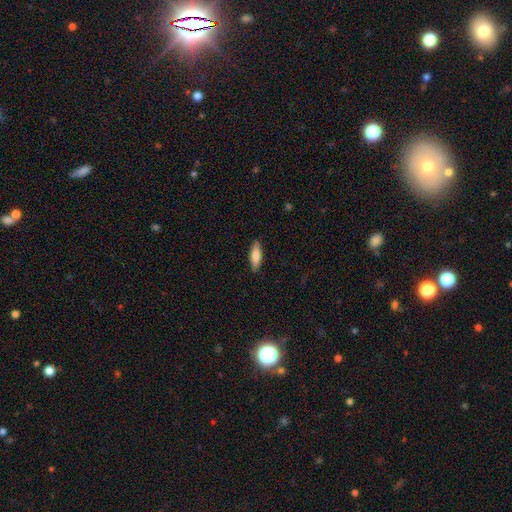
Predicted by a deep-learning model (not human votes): Smooth or featured? Predicted: smooth (p=0.80). How rounded? Predicted: cigar-shaped (p=0.50). Merging? Predicted: none (p=0.88).